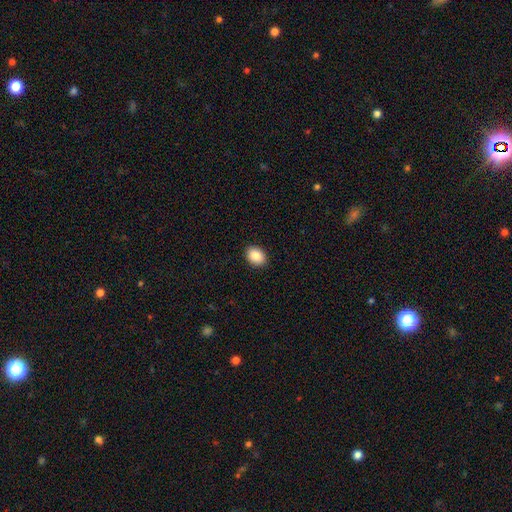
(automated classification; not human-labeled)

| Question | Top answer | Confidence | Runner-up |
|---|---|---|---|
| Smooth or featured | smooth | 88% | star or artifact (7%) |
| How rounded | in between | 71% | round (28%) |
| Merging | none | 91% | minor disturbance (6%) |